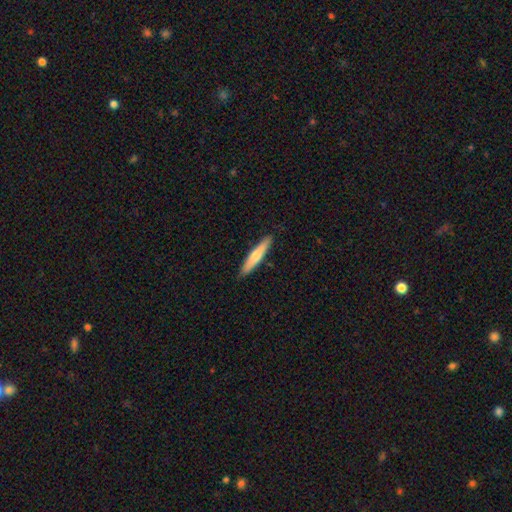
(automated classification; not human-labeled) Overall: smooth (63%; featured or disk 32%). How rounded: cigar-shaped (90%). Merging: none (89%).